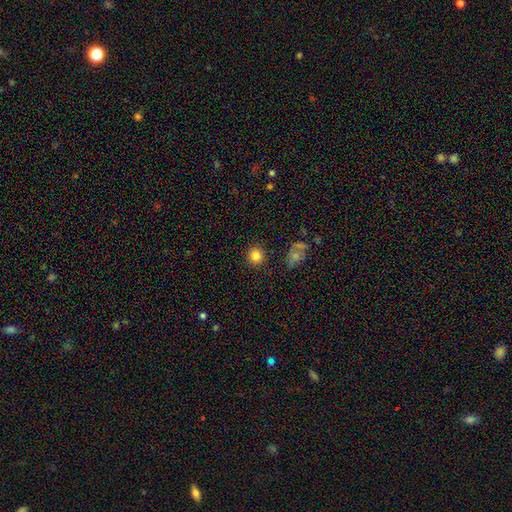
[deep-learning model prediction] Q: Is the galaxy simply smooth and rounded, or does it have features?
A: smooth — 83%.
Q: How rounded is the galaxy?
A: round — 90%.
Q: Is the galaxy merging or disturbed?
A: none — 90%.